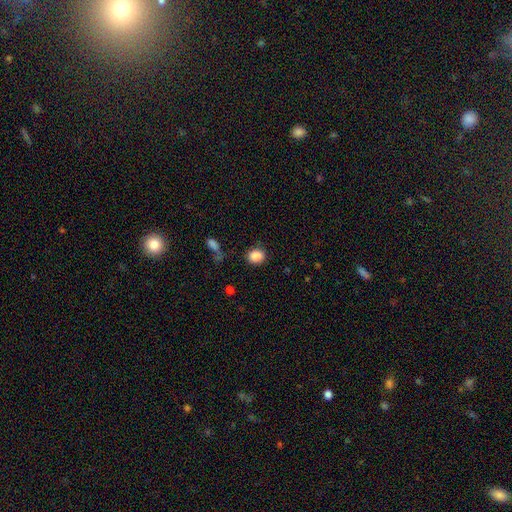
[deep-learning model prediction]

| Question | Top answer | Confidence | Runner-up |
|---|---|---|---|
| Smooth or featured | smooth | 88% | star or artifact (9%) |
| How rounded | round | 56% | in between (42%) |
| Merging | none | 80% | minor disturbance (13%) |